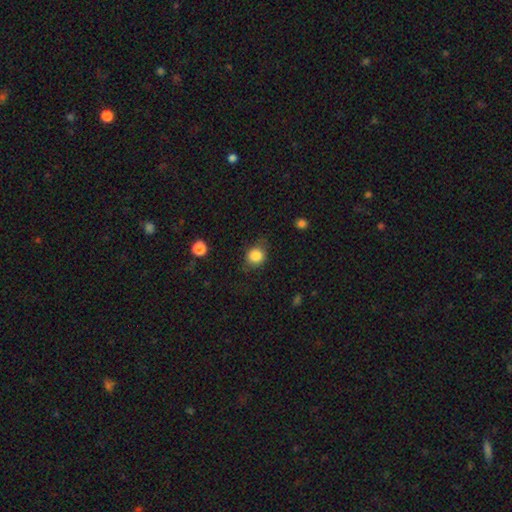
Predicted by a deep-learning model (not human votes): A smooth galaxy with no disk features (84%) that is round (79%).

Vote fractions:
- Smooth or featured? smooth: 84% / star or artifact: 10% / featured or disk: 6%
- How rounded? round: 79% / in between: 20% / cigar-shaped: 1%
- Merging? none: 73% / minor disturbance: 20% / major disturbance: 6% / merger: 2%